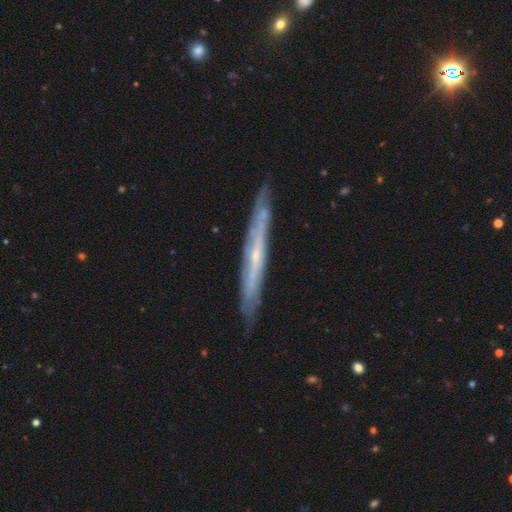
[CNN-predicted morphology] smooth_or_featured: featured or disk (p=0.72) [alt: smooth p=0.22]
disk_edge_on: yes (p=0.81) [alt: no p=0.19]
edge_on_bulge: none (p=0.62) [alt: rounded p=0.34]
merging: none (p=0.82) [alt: minor disturbance p=0.14]